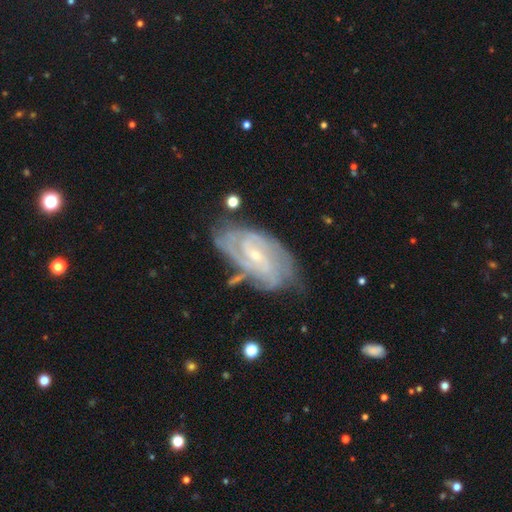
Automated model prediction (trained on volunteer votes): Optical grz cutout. It shows a featured or disk galaxy (87%) with a weak bar (43%), 2 (31%) tight (64%) spiral arms (96%) and a small central bulge (77%). Merging: none (65%).